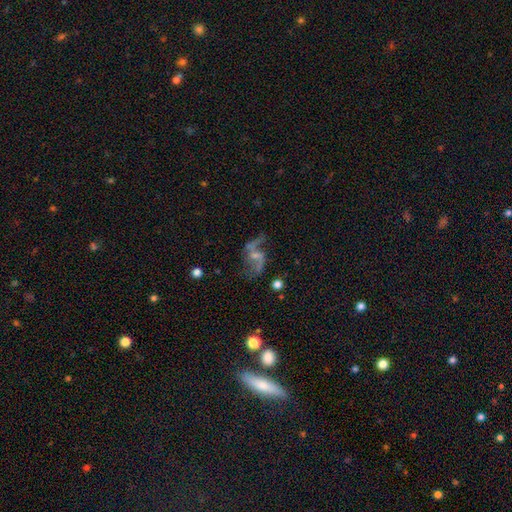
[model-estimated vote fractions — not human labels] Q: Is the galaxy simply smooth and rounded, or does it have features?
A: featured or disk — 80%.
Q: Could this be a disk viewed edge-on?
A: no — 97%.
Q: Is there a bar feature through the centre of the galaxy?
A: weak — 43%.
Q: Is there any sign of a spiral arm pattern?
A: yes — 88%.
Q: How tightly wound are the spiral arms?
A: loose — 83%.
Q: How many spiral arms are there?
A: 2 — 89%.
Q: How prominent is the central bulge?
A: small — 51%.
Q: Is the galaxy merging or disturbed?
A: none — 52%.